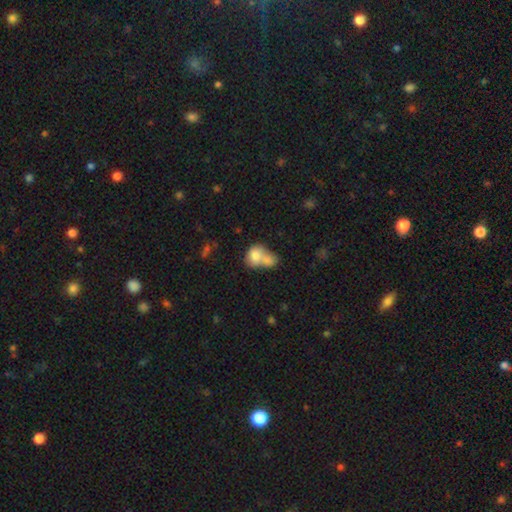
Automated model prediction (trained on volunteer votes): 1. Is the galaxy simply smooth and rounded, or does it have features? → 79% smooth, 14% featured or disk, 7% star or artifact.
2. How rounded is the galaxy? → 52% in between, 47% round, 1% cigar-shaped.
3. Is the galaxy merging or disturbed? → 70% merger, 19% none, 7% minor disturbance, 4% major disturbance.